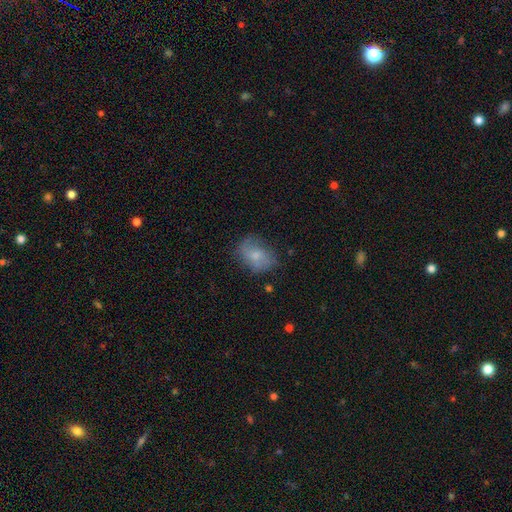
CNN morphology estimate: This is likely a smooth galaxy (61%). How rounded: likely in between (70%). Merging: likely none (62%).